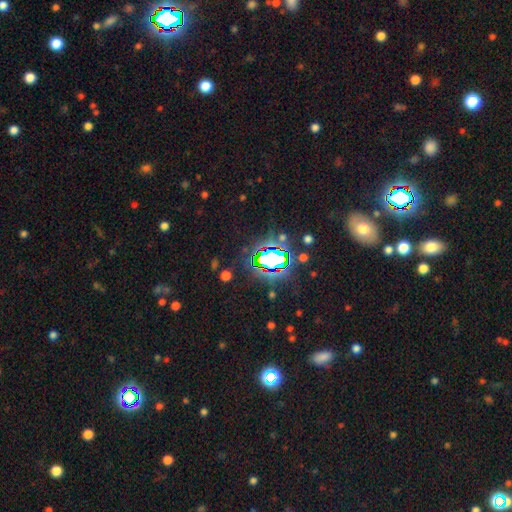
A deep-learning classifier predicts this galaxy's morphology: Q: Smooth or featured?
A: star or artifact (77%); runner-up: smooth (15%)